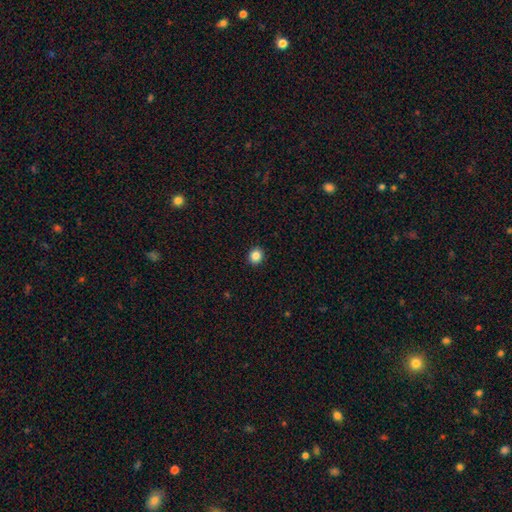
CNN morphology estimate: This is clearly a smooth galaxy (86%). How rounded: clearly round (80%). Merging: clearly none (93%).